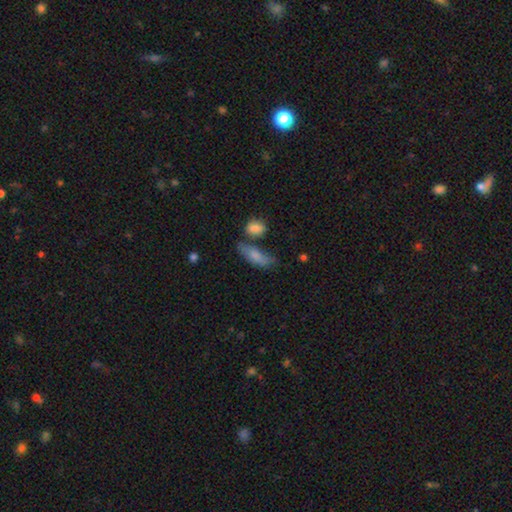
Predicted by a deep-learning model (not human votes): Overall: smooth (76%). How rounded: in between (71%). Merging: none (44%; minor disturbance 26%).